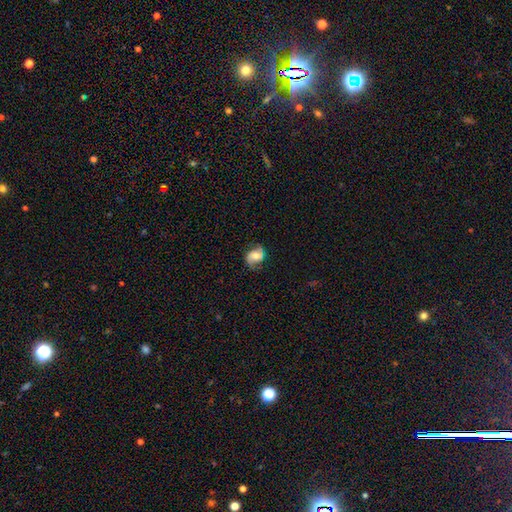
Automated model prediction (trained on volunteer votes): Smooth or featured? featured or disk (73%)
Edge-on disk? no (97%)
Bar? no (47%)
Spiral arms? yes (94%)
Spiral winding? loose (42%, tied with medium)
Spiral arm count? 2 (91%)
Bulge size? moderate (57%)
Merging? none (76%)